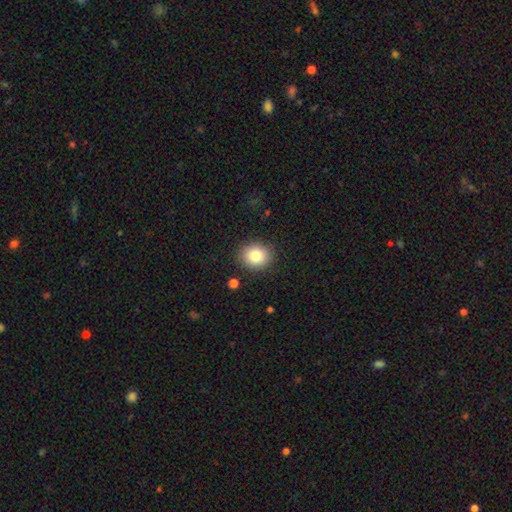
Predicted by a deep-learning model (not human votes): The model was most divided on "how rounded": round: 69%, in between: 30%, cigar-shaped: 1%. More confident: merging — none (87%); smooth or featured — smooth (82%).